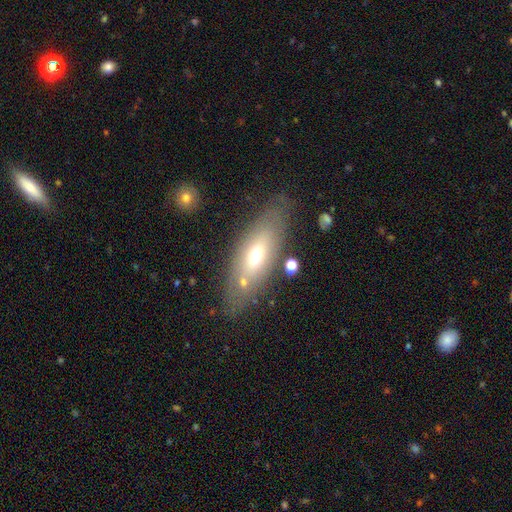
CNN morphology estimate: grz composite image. It shows a smooth galaxy with no disk features (56%) that is in between round and cigar-shaped (71%). Merging: none (75%).